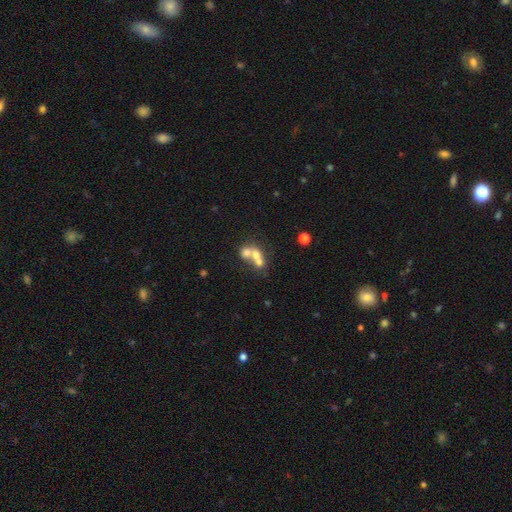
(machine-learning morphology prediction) The model was most divided on "how rounded": round: 51%, in between: 46%, cigar-shaped: 3%. More confident: merging — merger (67%); smooth or featured — smooth (57%).